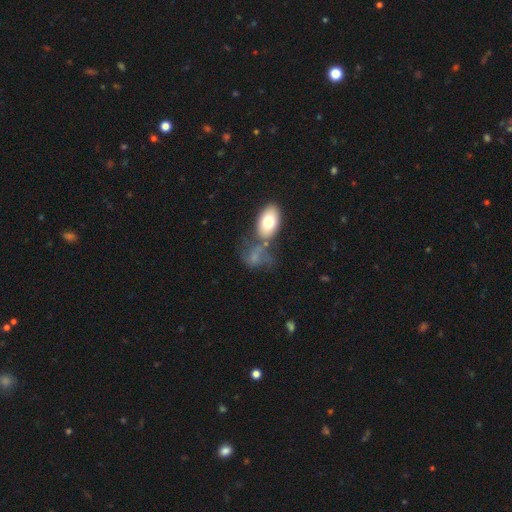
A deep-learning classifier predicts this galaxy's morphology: type=smooth (60%); roundness=in between (79%); merging=none (31%).